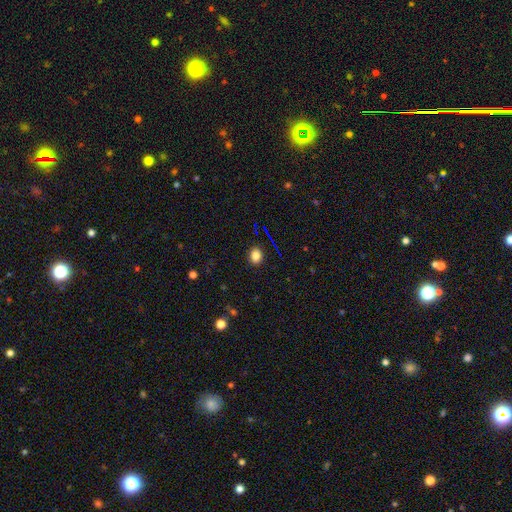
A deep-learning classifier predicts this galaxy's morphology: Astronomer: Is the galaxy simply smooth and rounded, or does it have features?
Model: smooth — 82%.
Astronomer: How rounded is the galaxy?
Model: round — 57% (runner-up: in between, 42%).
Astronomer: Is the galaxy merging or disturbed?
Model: none — 89%.